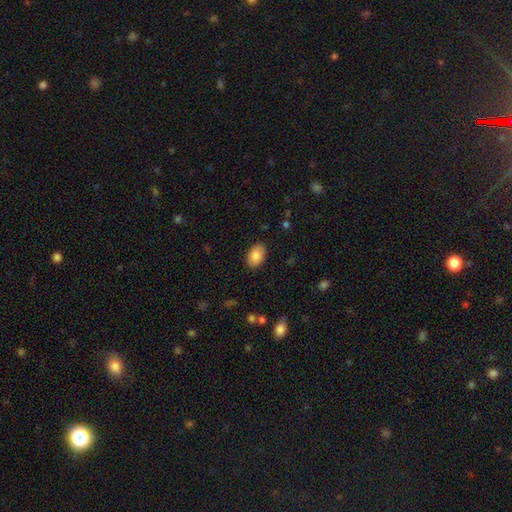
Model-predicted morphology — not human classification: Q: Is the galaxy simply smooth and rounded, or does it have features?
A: smooth — 85%.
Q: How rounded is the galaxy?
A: in between — 87%.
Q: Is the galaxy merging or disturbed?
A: none — 87%.